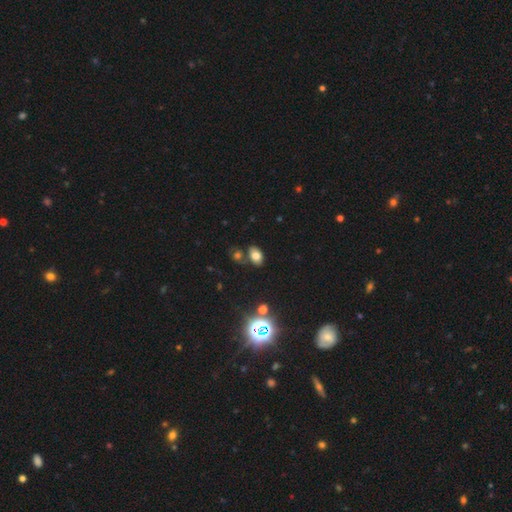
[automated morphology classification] Overall: smooth (73%). How rounded: in between (83%). Merging: none (66%).